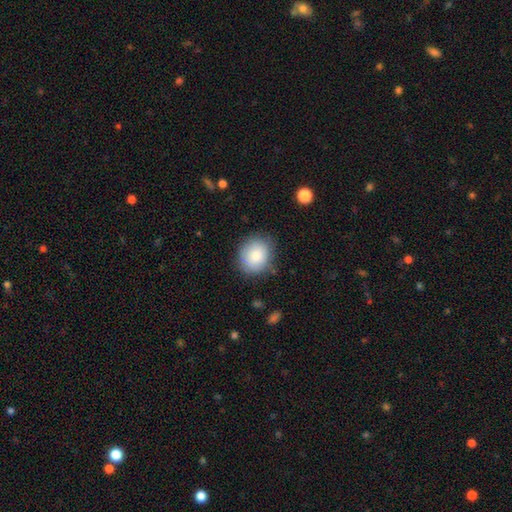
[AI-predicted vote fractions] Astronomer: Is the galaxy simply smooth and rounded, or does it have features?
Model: smooth — 82%.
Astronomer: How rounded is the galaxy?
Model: round — 69%.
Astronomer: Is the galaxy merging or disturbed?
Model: none — 79%.